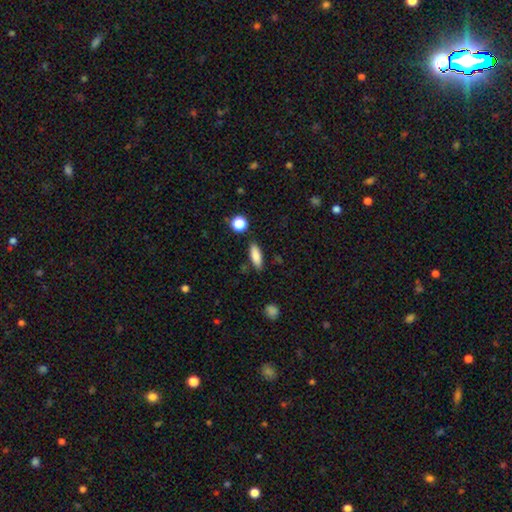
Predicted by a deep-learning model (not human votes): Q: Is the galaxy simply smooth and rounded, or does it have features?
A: smooth — 83%.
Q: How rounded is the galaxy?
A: in between — 58%.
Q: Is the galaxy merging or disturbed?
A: none — 85%.